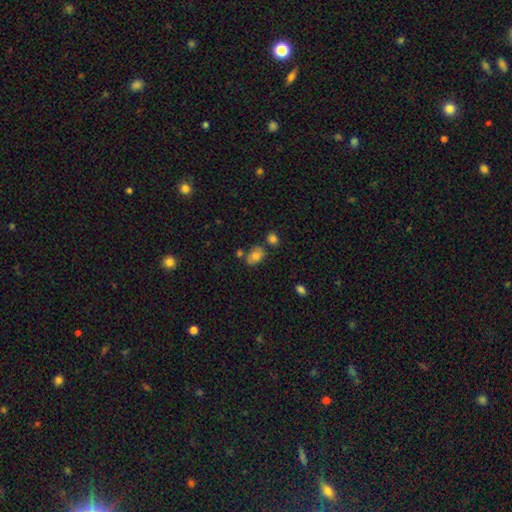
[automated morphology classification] smooth-or-featured: smooth: 75% | featured or disk: 15% | star or artifact: 10%
  how-rounded: in between: 81% | round: 18% | cigar-shaped: 1%
  merging: none: 65% | minor disturbance: 17% | merger: 14% | major disturbance: 4%